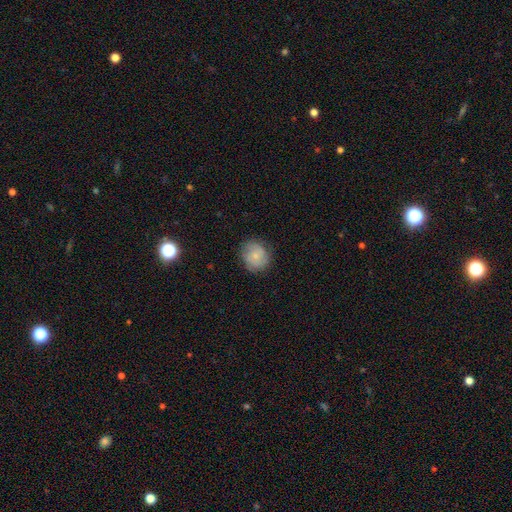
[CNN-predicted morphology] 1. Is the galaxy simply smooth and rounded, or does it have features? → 64% smooth, 28% featured or disk, 8% star or artifact.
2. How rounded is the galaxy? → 82% round, 17% in between, 1% cigar-shaped.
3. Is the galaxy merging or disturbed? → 77% none, 17% minor disturbance, 5% major disturbance, 1% merger.